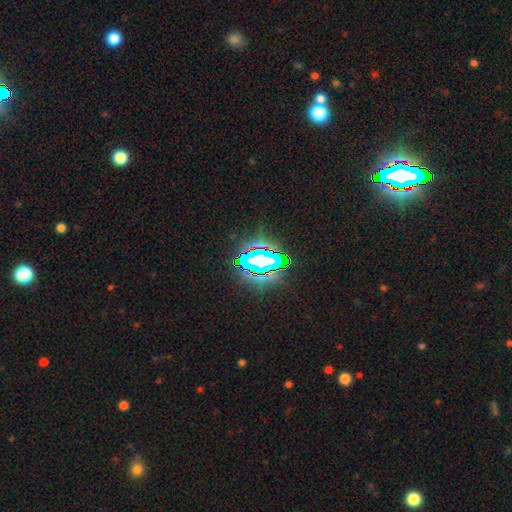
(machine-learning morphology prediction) This appears to be a star or artifact, not a galaxy (78%).